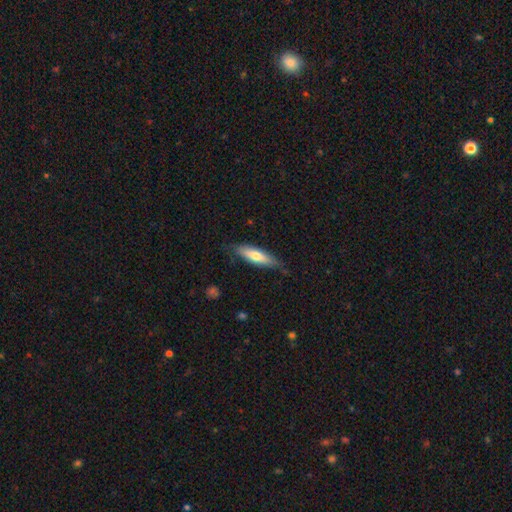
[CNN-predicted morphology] Smooth or featured: smooth — 63% (featured or disk — 31%)
How rounded: cigar-shaped — 62% (in between — 37%)
Merging: none — 76% (minor disturbance — 19%)